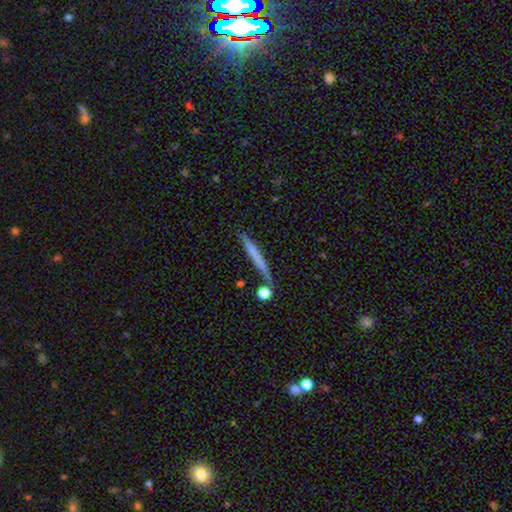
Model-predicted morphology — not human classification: A smooth galaxy with no disk features (61%) that is cigar-shaped (95%). Merging: none (76%).